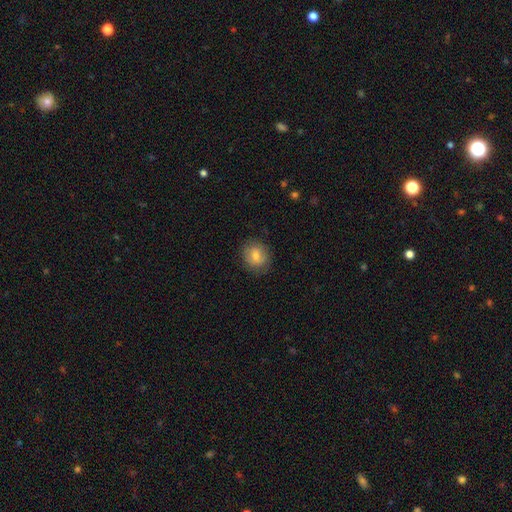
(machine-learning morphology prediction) This is likely a smooth galaxy (75%). How rounded: likely round (67%). Merging: clearly none (83%).